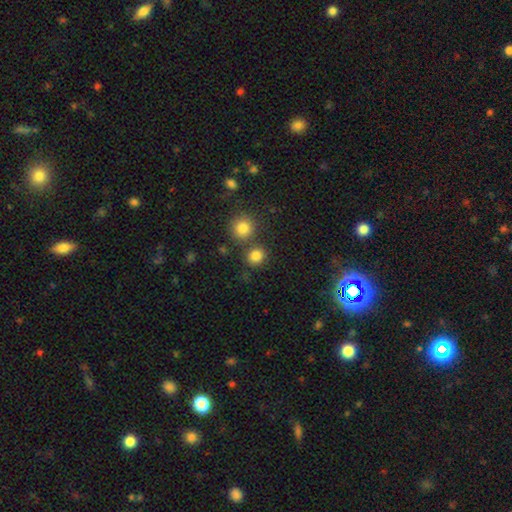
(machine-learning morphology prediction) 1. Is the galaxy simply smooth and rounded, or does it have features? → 82% smooth, 13% star or artifact, 5% featured or disk.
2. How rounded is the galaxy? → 82% round, 17% in between, 1% cigar-shaped.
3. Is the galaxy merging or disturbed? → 71% none, 17% merger, 9% minor disturbance, 3% major disturbance.